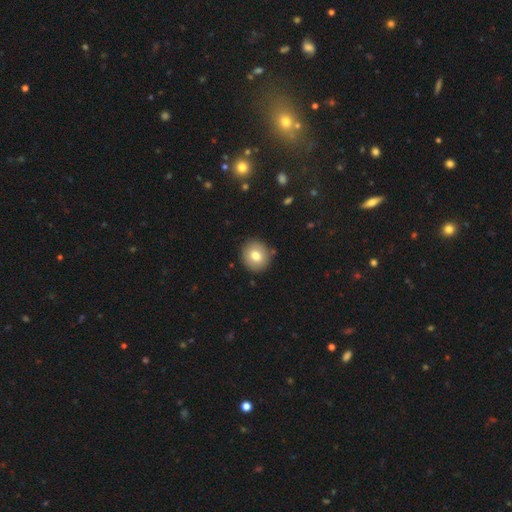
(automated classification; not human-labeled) Q: Smooth or featured?
A: smooth (76%); runner-up: featured or disk (15%)
Q: How rounded?
A: round (86%); runner-up: in between (13%)
Q: Merging?
A: none (88%); runner-up: minor disturbance (8%)